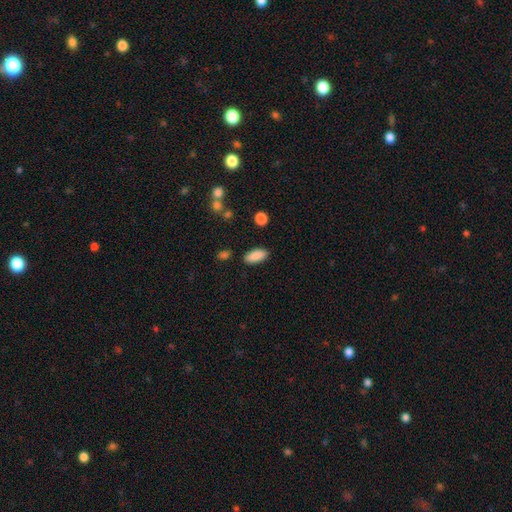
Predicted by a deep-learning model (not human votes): smooth_or_featured: smooth (p=0.89) [alt: star or artifact p=0.07]
how_rounded: in between (p=0.86) [alt: cigar-shaped p=0.12]
merging: none (p=0.87) [alt: minor disturbance p=0.09]